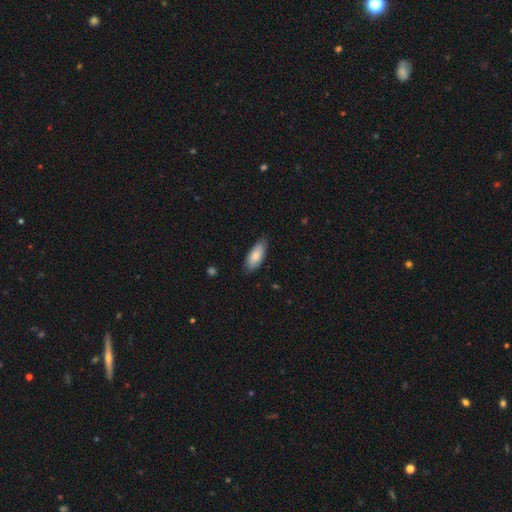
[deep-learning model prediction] smooth_or_featured: smooth (p=0.82) [alt: featured or disk p=0.12]
how_rounded: in between (p=0.81) [alt: cigar-shaped p=0.17]
merging: none (p=0.81) [alt: minor disturbance p=0.16]